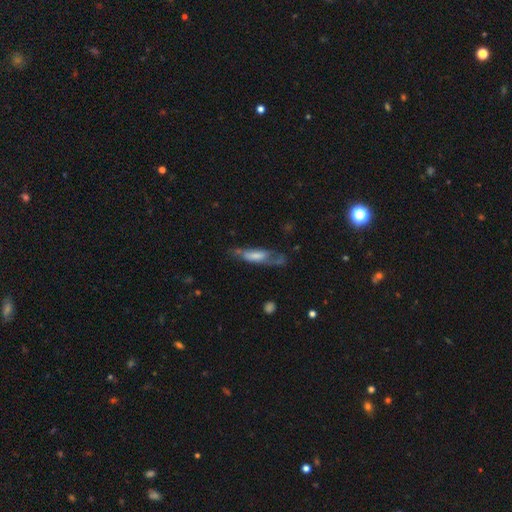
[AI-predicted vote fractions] Smooth or featured? smooth (52%)
How rounded? cigar-shaped (54%)
Merging? none (39%)